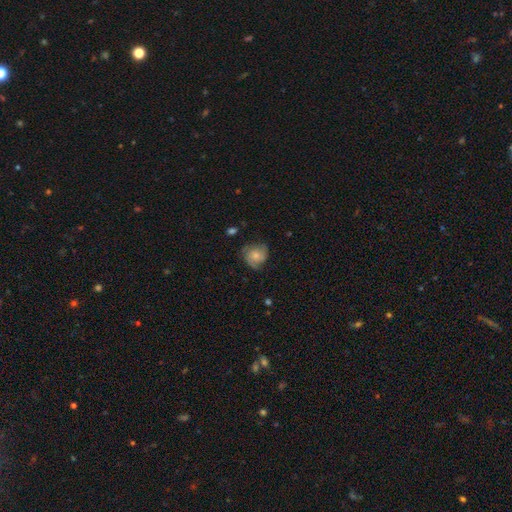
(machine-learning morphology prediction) Q: Smooth or featured?
A: featured or disk (46%); tied with: smooth (46%)
Q: Merging?
A: none (65%); runner-up: minor disturbance (24%)